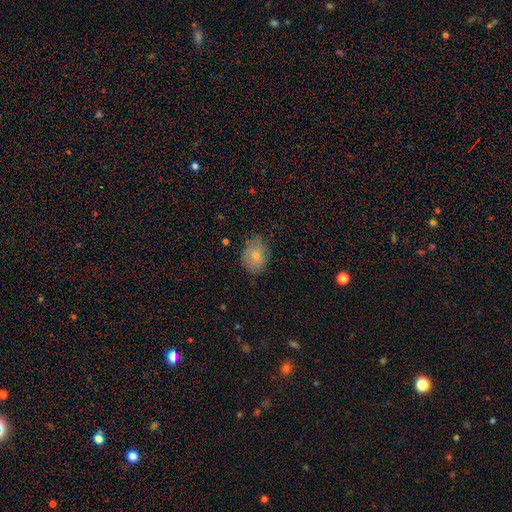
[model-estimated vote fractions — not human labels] This appears to be a smooth galaxy with no disk features (76%) that is in between round and cigar-shaped (63%). Merging: none (72%).